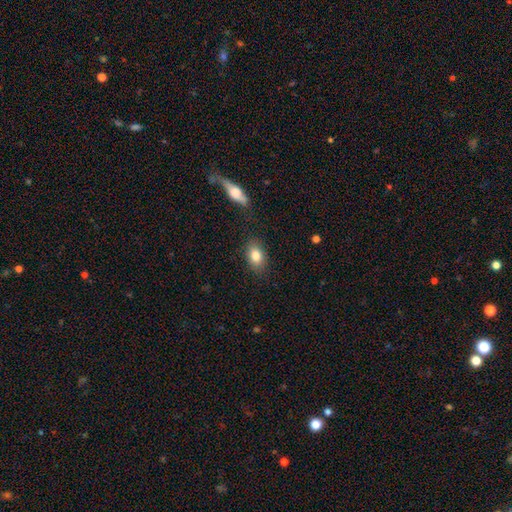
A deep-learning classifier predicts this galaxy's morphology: This appears to be a smooth galaxy with no disk features (82%) that is in between round and cigar-shaped (81%). Merging: none (83%).